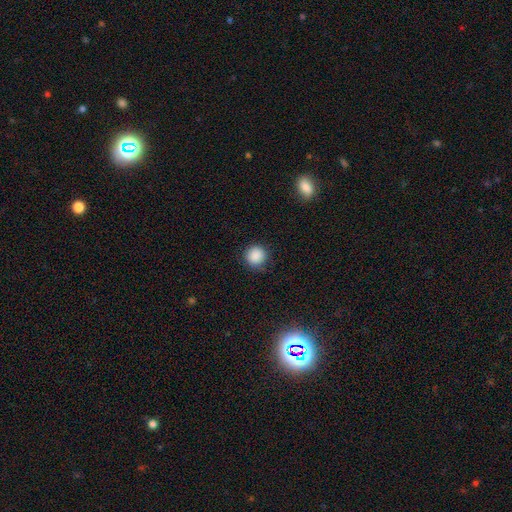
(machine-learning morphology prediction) smooth_or_featured: smooth (p=0.88) [alt: star or artifact p=0.09]
how_rounded: round (p=0.94) [alt: in between p=0.05]
merging: none (p=0.87) [alt: minor disturbance p=0.09]